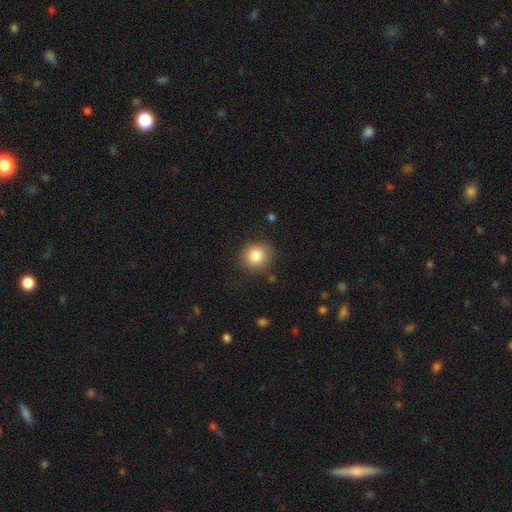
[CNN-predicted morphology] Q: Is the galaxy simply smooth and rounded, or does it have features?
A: smooth — 85%.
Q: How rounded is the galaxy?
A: round — 85%.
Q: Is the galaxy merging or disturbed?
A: none — 82%.